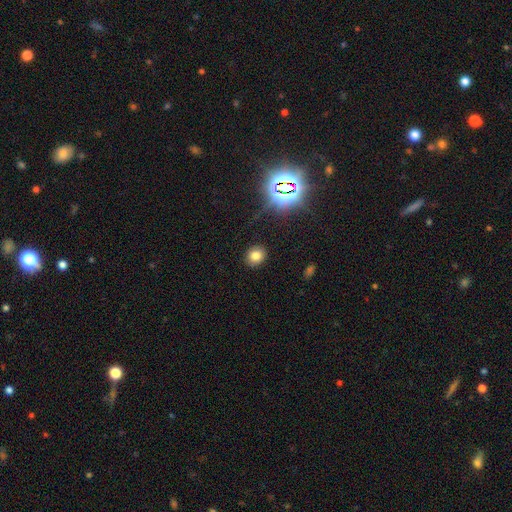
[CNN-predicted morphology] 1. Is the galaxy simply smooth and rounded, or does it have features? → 75% smooth, 17% star or artifact, 7% featured or disk.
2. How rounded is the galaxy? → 72% round, 27% in between, 1% cigar-shaped.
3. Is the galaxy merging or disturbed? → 89% none, 7% minor disturbance, 2% major disturbance, 1% merger.